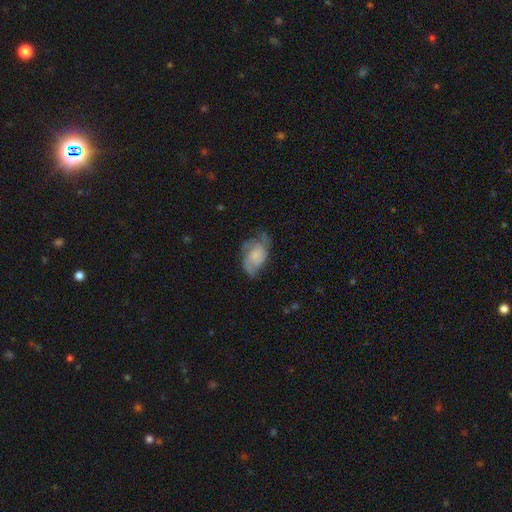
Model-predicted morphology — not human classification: smooth-or-featured: featured or disk: 57% | smooth: 36% | star or artifact: 8%
  disk-edge-on: no: 96% | yes: 4%
    bar: no: 75% | weak: 21% | strong: 3%
    has-spiral-arms: yes: 82% | no: 18%
    bulge-size: none: 37% | small: 24% | moderate: 20% | large: 15% | dominant: 3%
  merging: none: 46% | minor disturbance: 31% | major disturbance: 22% | merger: 2%